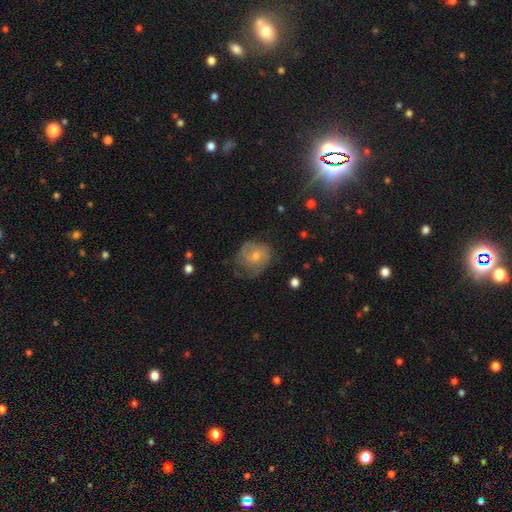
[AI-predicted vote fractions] smooth-or-featured: featured or disk: 57% | smooth: 27% | star or artifact: 16%
  disk-edge-on: no: 97% | yes: 3%
    bar: no: 72% | weak: 24% | strong: 4%
    has-spiral-arms: yes: 82% | no: 18%
    bulge-size: moderate: 48% | small: 46% | none: 3% | large: 2% | dominant: 1%
  merging: none: 63% | minor disturbance: 23% | major disturbance: 12% | merger: 1%